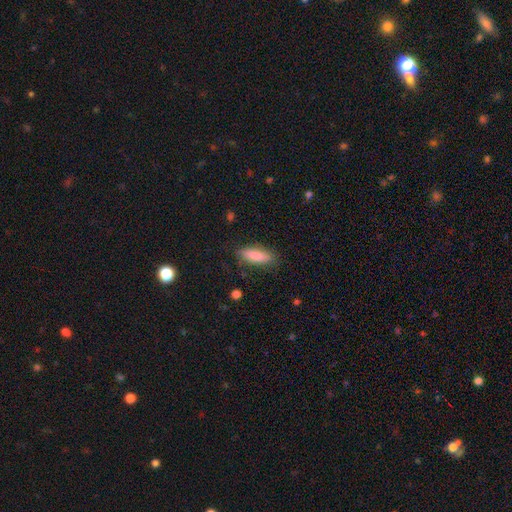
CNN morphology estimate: Smooth or featured? Predicted: smooth (p=0.82). How rounded? Predicted: in between (p=0.63). Merging? Predicted: none (p=0.80).